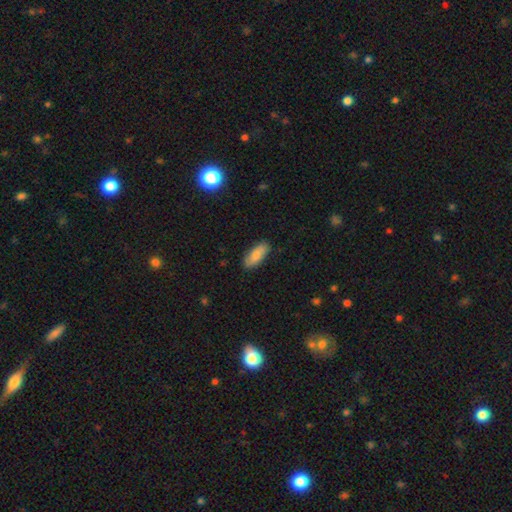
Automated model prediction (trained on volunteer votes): This is clearly a smooth galaxy (80%). How rounded: likely in between (79%). Merging: clearly none (85%).